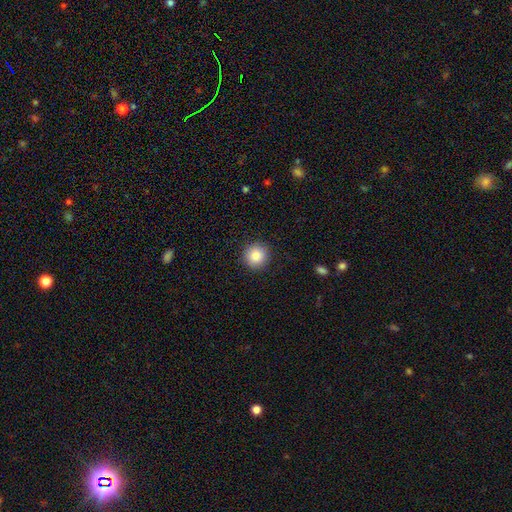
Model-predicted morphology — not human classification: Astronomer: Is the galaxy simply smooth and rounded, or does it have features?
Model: smooth — 86%.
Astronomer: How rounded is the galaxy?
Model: round — 95%.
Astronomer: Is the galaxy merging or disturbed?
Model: none — 92%.